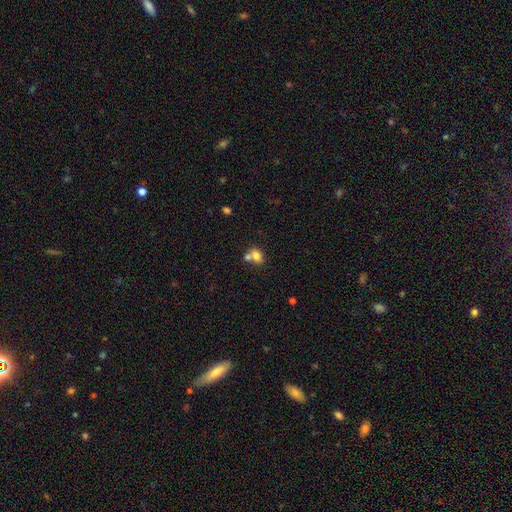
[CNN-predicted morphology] A smooth galaxy with no disk features (76%) that is in between round and cigar-shaped (66%). Merging: merger (50%).